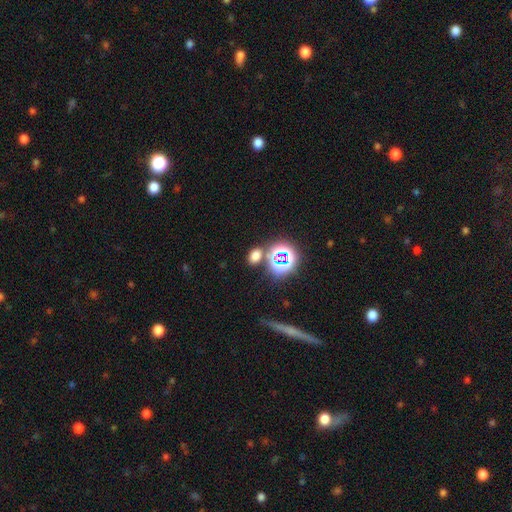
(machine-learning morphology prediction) A smooth galaxy with no disk features (62%) that is in between round and cigar-shaped (72%). Merging: none (76%).